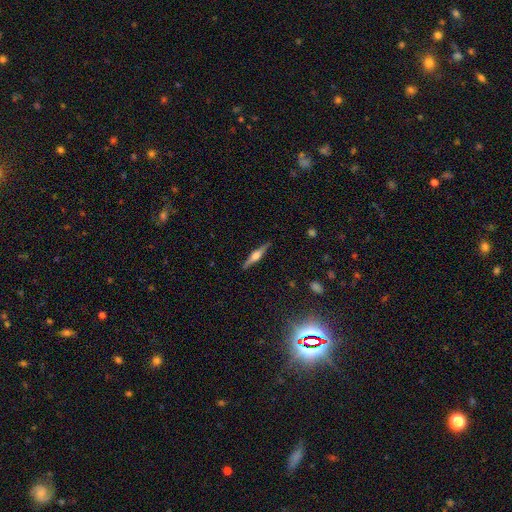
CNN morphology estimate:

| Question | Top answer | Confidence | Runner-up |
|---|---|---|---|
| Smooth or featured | featured or disk | 71% | smooth (23%) |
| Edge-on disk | yes | 98% | no (2%) |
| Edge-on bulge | rounded | 85% | boxy (12%) |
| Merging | none | 90% | minor disturbance (7%) |